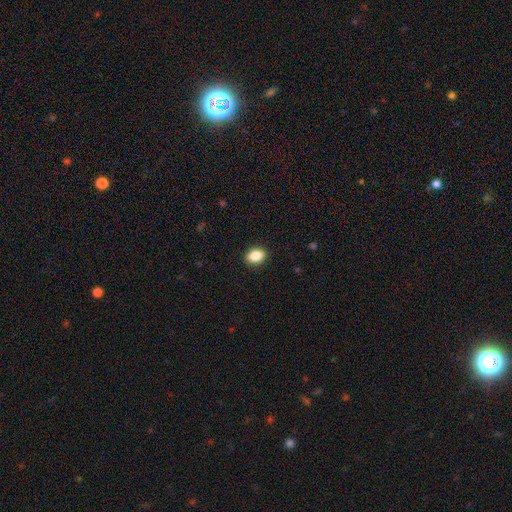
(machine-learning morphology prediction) smooth-or-featured: smooth: 87% | star or artifact: 8% | featured or disk: 5%
  how-rounded: in between: 74% | round: 25% | cigar-shaped: 1%
  merging: none: 90% | minor disturbance: 7% | major disturbance: 2% | merger: 1%